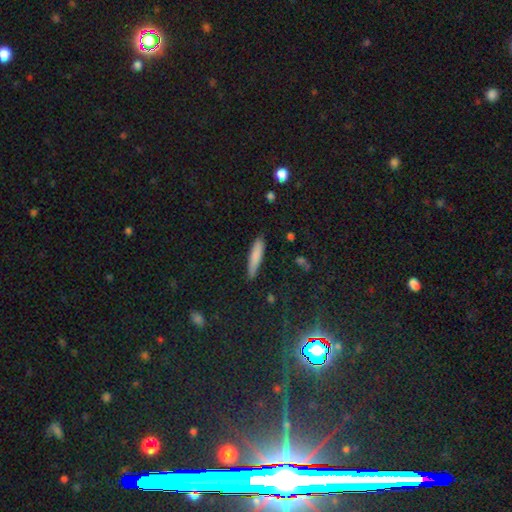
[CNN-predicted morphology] This is clearly a smooth galaxy (81%). How rounded: clearly cigar-shaped (84%). Merging: clearly none (84%).